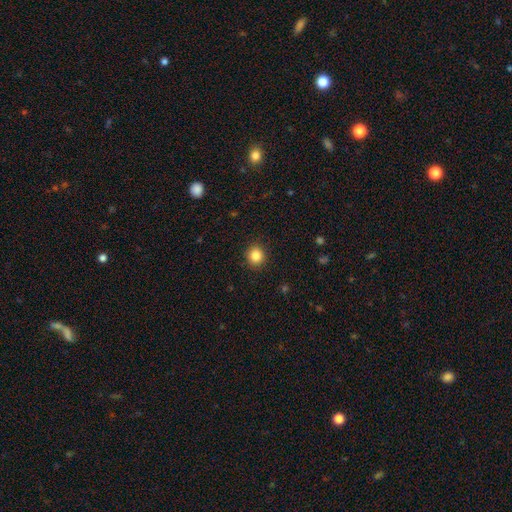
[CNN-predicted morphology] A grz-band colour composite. It shows a smooth galaxy with no disk features (85%) that is round (89%). Merging: none (91%).